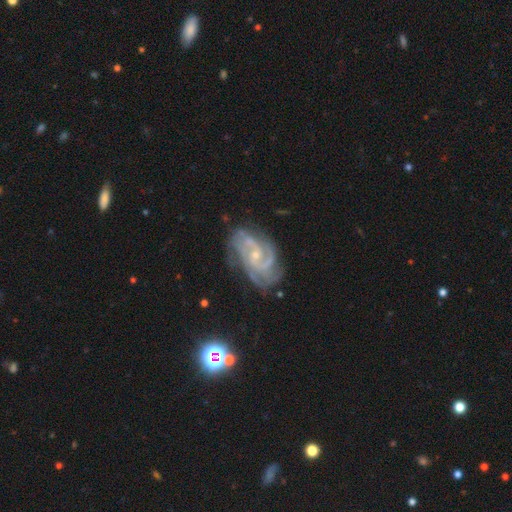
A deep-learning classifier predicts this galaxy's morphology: smooth_or_featured: featured or disk (p=0.89) [alt: star or artifact p=0.07]
disk_edge_on: no (p=0.97) [alt: yes p=0.03]
bar: no (p=0.53) [alt: weak p=0.37]
has_spiral_arms: yes (p=0.98) [alt: no p=0.02]
spiral_winding: tight (p=0.52) [alt: medium p=0.41]
spiral_arm_count: 3 (p=0.30) [alt: 2 p=0.29]
bulge_size: small (p=0.73) [alt: moderate p=0.22]
merging: none (p=0.70) [alt: minor disturbance p=0.20]